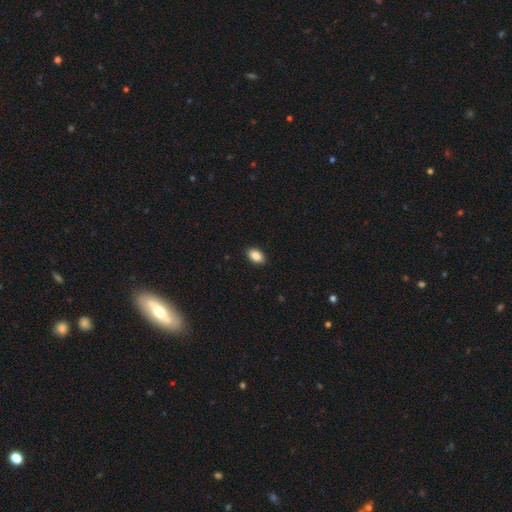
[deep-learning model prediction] Q: Smooth or featured?
A: smooth (88%); runner-up: star or artifact (8%)
Q: How rounded?
A: in between (91%); runner-up: round (8%)
Q: Merging?
A: none (90%); runner-up: minor disturbance (7%)